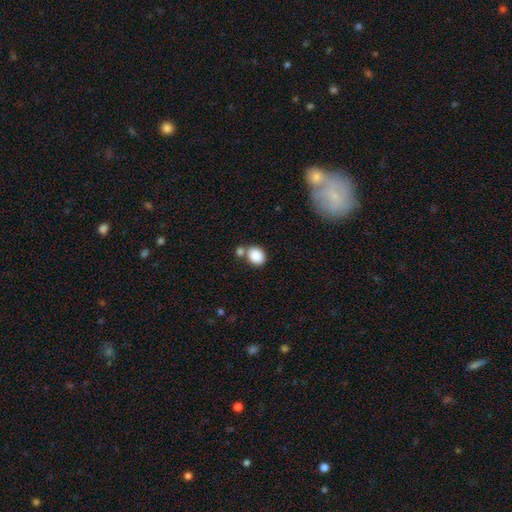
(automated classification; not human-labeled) A smooth galaxy with no disk features (87%) that is in between round and cigar-shaped (53%).

Vote fractions:
- Smooth or featured? smooth: 87% / star or artifact: 8% / featured or disk: 4%
- How rounded? in between: 53% / round: 46% / cigar-shaped: 1%
- Merging? none: 57% / merger: 27% / minor disturbance: 12% / major disturbance: 4%